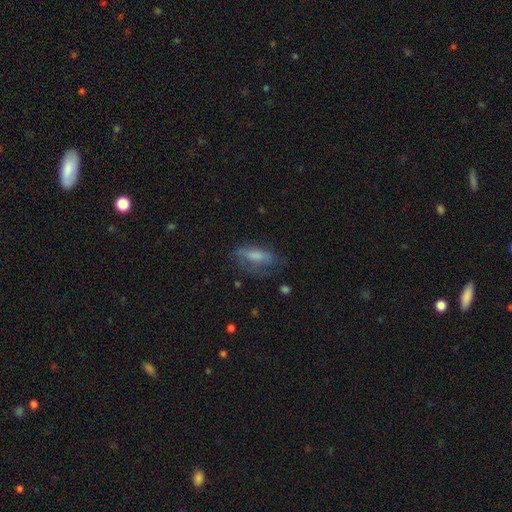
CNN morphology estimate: Smooth or featured?
  - smooth: 64% *
  - featured or disk: 27%
  - star or artifact: 9%
How rounded?
  - in between: 70% *
  - cigar-shaped: 26%
  - round: 4%
Merging?
  - none: 52% *
  - minor disturbance: 27%
  - major disturbance: 19%
  - merger: 2%